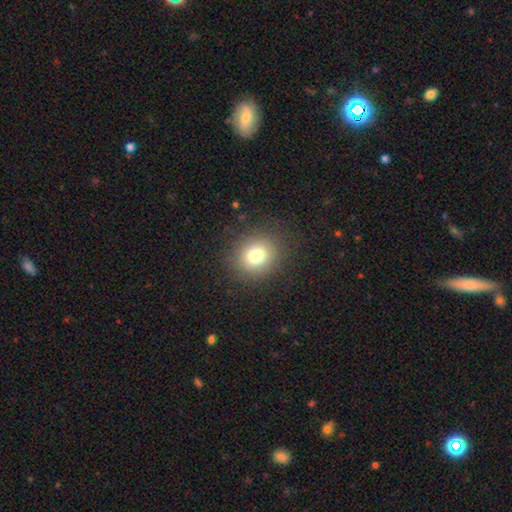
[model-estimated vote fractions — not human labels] Smooth or featured? smooth (77%)
How rounded? round (80%)
Merging? none (87%)